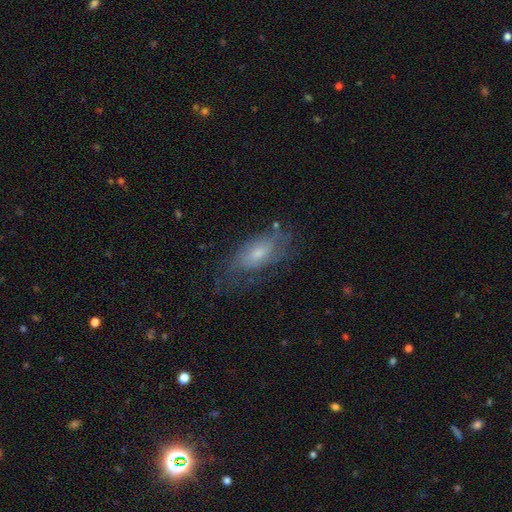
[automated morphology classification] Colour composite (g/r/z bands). It shows a featured or disk galaxy (48%). Merging: none (64%).